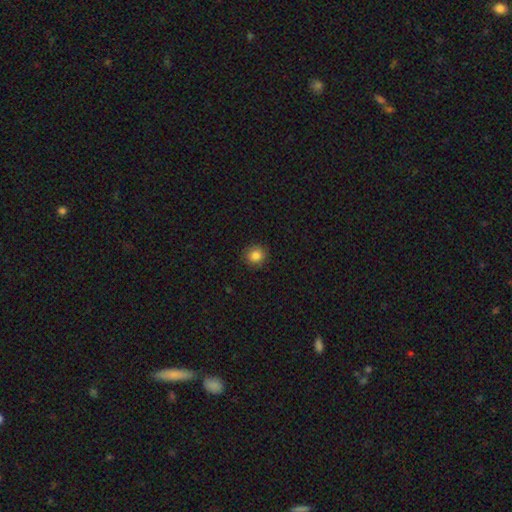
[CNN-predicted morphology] Smooth or featured? smooth (84%)
How rounded? round (90%)
Merging? none (90%)